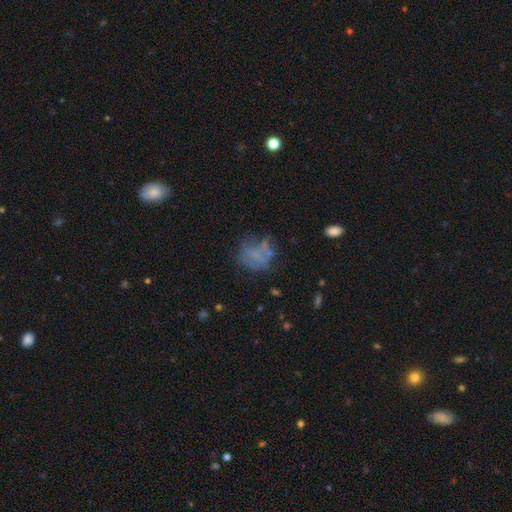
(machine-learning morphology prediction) Smooth or featured? smooth (47%)
Merging? none (48%)